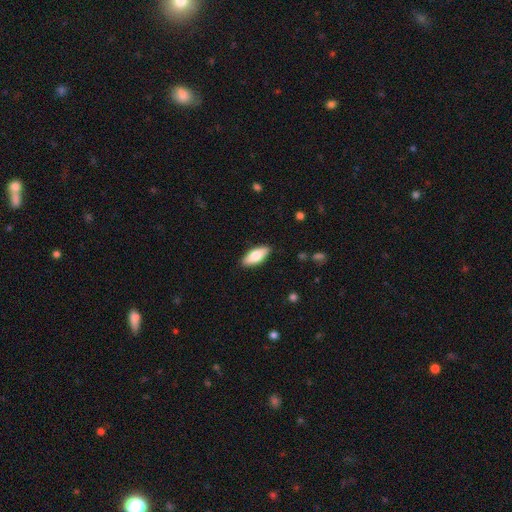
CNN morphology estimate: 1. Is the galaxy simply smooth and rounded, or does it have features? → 74% smooth, 20% featured or disk, 6% star or artifact.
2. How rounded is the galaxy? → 79% in between, 19% cigar-shaped, 2% round.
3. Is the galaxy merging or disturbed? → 88% none, 9% minor disturbance, 2% major disturbance, 1% merger.